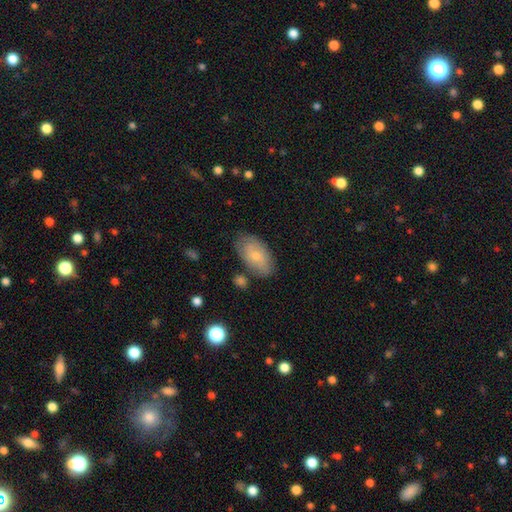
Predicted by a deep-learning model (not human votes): Q: Smooth or featured?
A: smooth (65%); runner-up: featured or disk (28%)
Q: How rounded?
A: in between (93%); runner-up: round (5%)
Q: Merging?
A: none (72%); runner-up: minor disturbance (20%)